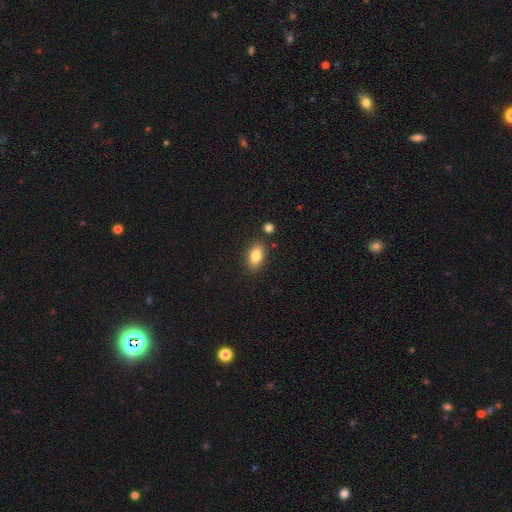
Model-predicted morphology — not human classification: A smooth galaxy with no disk features (84%) that is in between round and cigar-shaped (90%).

Vote fractions:
- Smooth or featured? smooth: 84% / featured or disk: 8% / star or artifact: 8%
- How rounded? in between: 90% / round: 8% / cigar-shaped: 3%
- Merging? none: 82% / minor disturbance: 10% / merger: 5% / major disturbance: 3%